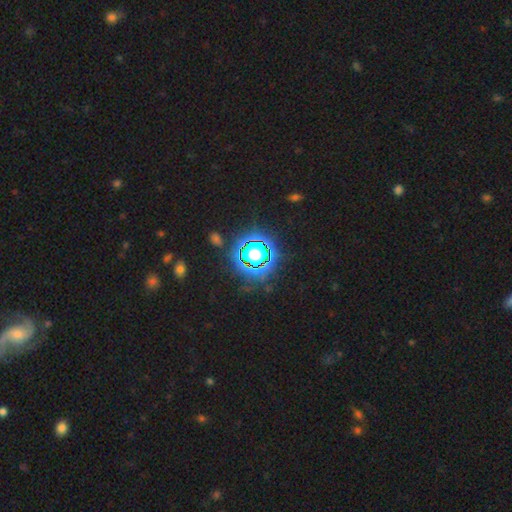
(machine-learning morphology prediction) Smooth or featured: star or artifact — 71% (smooth — 18%)